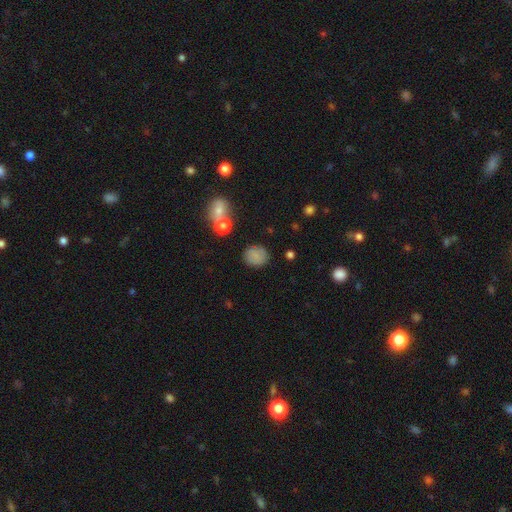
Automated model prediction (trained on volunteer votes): Q: Smooth or featured?
A: smooth (82%); runner-up: star or artifact (11%)
Q: How rounded?
A: round (76%); runner-up: in between (23%)
Q: Merging?
A: none (81%); runner-up: minor disturbance (11%)